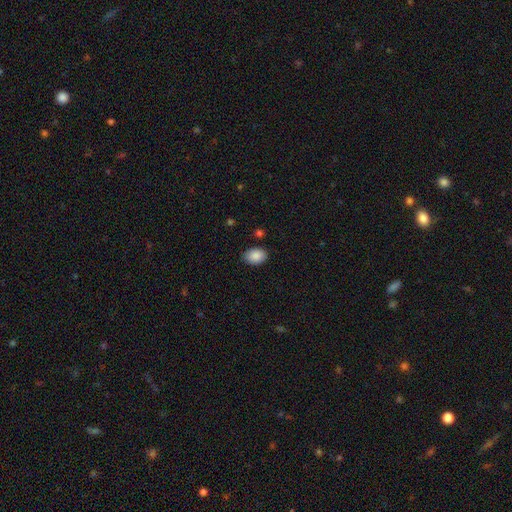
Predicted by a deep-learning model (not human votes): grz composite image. It shows a smooth galaxy with no disk features (89%) that is in between round and cigar-shaped (81%). Merging: none (84%).